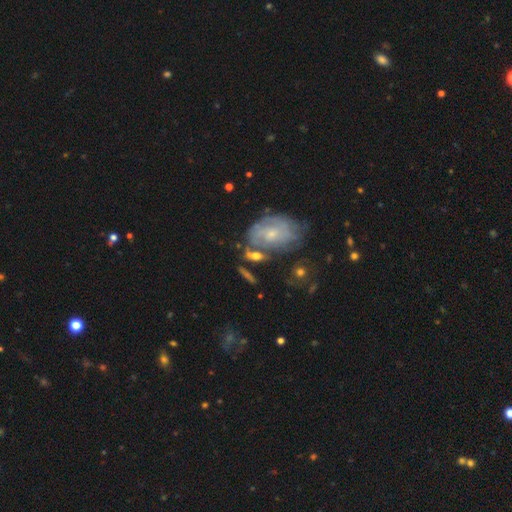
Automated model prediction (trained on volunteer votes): Overall: featured or disk (54%; smooth 37%). Edge-on disk: no (59%; yes 41%). Merging: none (56%; merger 19%).